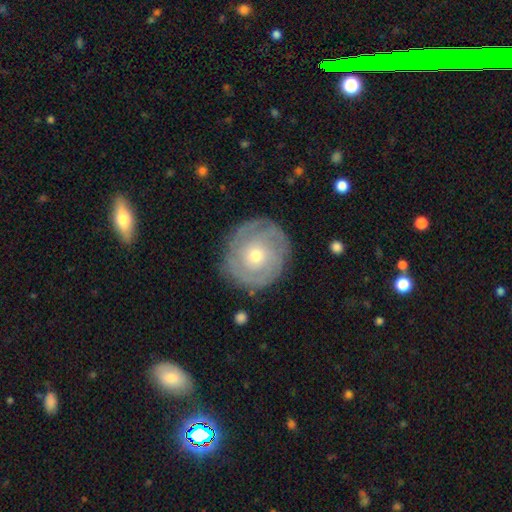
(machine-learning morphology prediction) Smooth or featured? featured or disk (74%)
Edge-on disk? no (97%)
Bar? no (83%)
Spiral arms? yes (87%)
Spiral winding? tight (79%)
Spiral arm count? can't tell (40%)
Bulge size? moderate (51%)
Merging? none (83%)